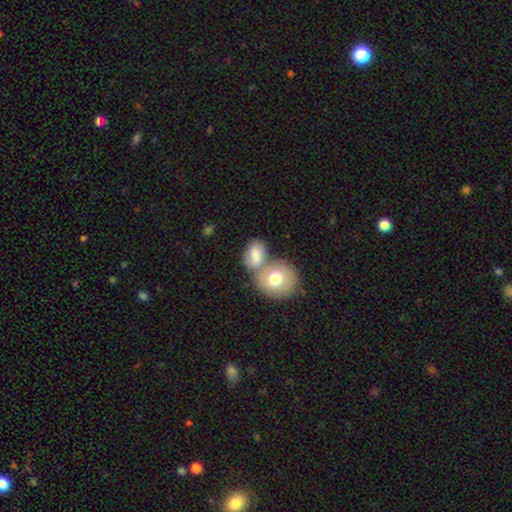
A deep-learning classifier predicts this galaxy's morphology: smooth_or_featured: smooth (p=0.75) [alt: featured or disk p=0.18]
how_rounded: in between (p=0.72) [alt: round p=0.26]
merging: merger (p=0.53) [alt: none p=0.30]